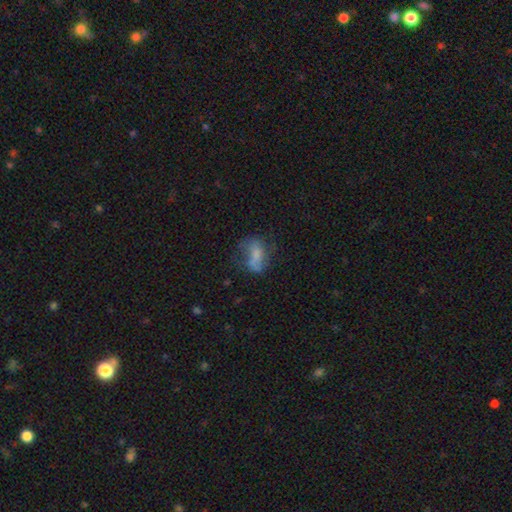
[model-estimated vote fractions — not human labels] Smooth or featured: smooth — 53% (featured or disk — 35%)
How rounded: in between — 82% (round — 14%)
Merging: none — 34% (major disturbance — 31%)